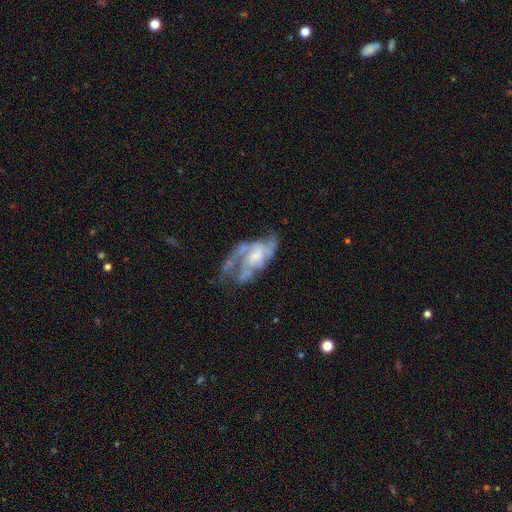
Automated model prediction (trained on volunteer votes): featured or disk 78%, smooth 15%, star or artifact 7%. Down the decision tree: edge-on disk — no (96%); bar — no (62%); spiral arms — yes (80%); spiral arm count — can't tell (30%); spiral winding — medium (45%); bulge size — small (44%); merging — none (38%).